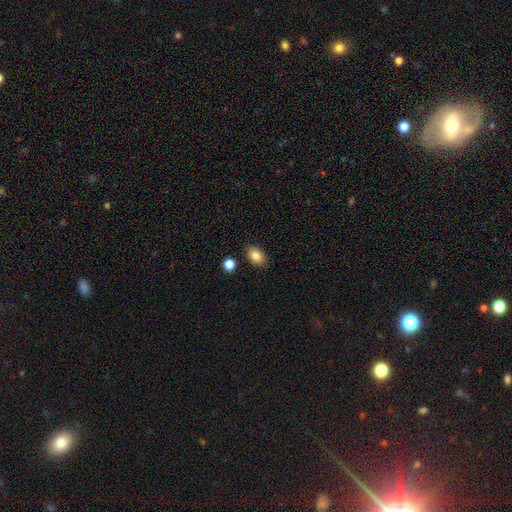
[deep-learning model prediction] Q: Smooth or featured?
A: smooth (83%); runner-up: star or artifact (9%)
Q: How rounded?
A: in between (86%); runner-up: round (13%)
Q: Merging?
A: none (87%); runner-up: minor disturbance (9%)